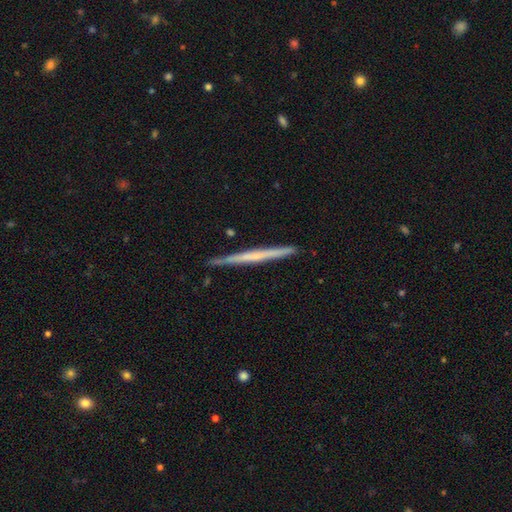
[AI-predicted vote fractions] The model was most divided on "smooth or featured": featured or disk: 56%, smooth: 38%, star or artifact: 6%. More confident: edge-on disk — yes (98%); merging — none (89%); edge-on bulge — none (83%).